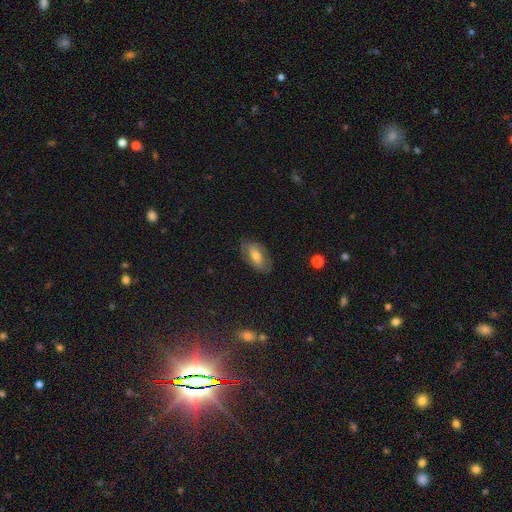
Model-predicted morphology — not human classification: Smooth or featured? smooth (55%)
How rounded? in between (89%)
Merging? none (76%)